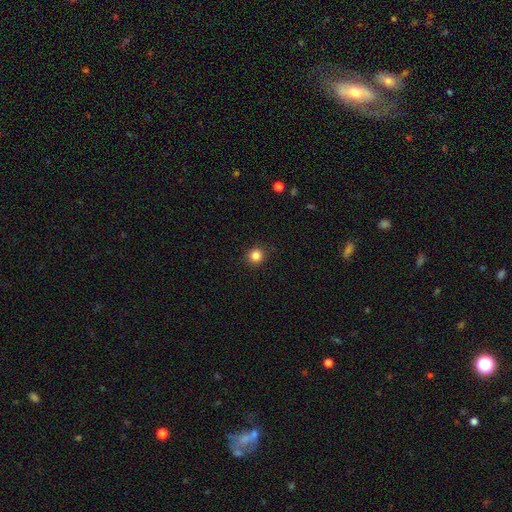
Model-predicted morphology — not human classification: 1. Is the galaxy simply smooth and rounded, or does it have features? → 84% smooth, 12% star or artifact, 4% featured or disk.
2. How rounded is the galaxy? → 93% round, 6% in between, 1% cigar-shaped.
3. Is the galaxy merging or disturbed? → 91% none, 6% minor disturbance, 2% major disturbance, 1% merger.